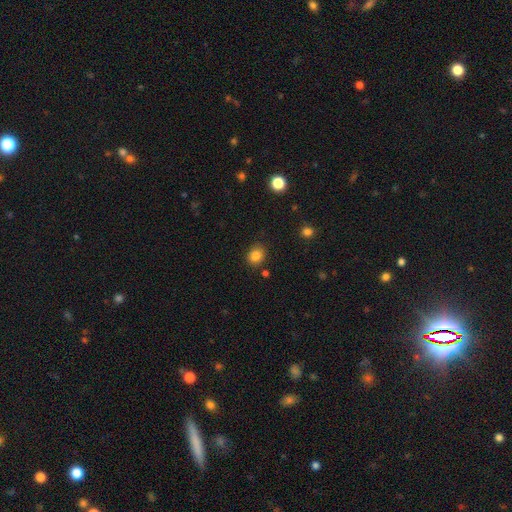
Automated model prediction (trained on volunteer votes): smooth-or-featured: smooth: 84% | star or artifact: 11% | featured or disk: 5%
  how-rounded: round: 56% | in between: 43% | cigar-shaped: 1%
  merging: none: 83% | minor disturbance: 11% | merger: 3% | major disturbance: 3%